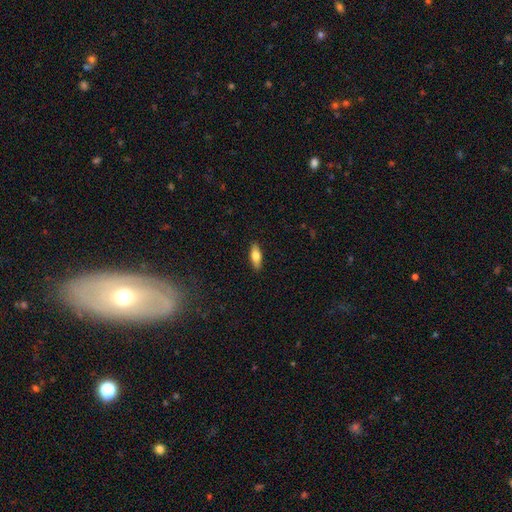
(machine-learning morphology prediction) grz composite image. It shows a smooth galaxy with no disk features (71%) that is in between round and cigar-shaped (68%). Merging: none (89%).